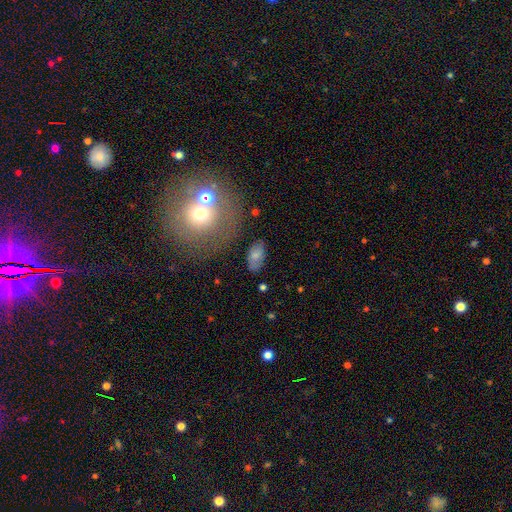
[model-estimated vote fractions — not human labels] The model was most divided on "merging": none: 73%, minor disturbance: 17%, major disturbance: 6%, merger: 4%. More confident: how rounded — in between (92%); smooth or featured — smooth (73%).